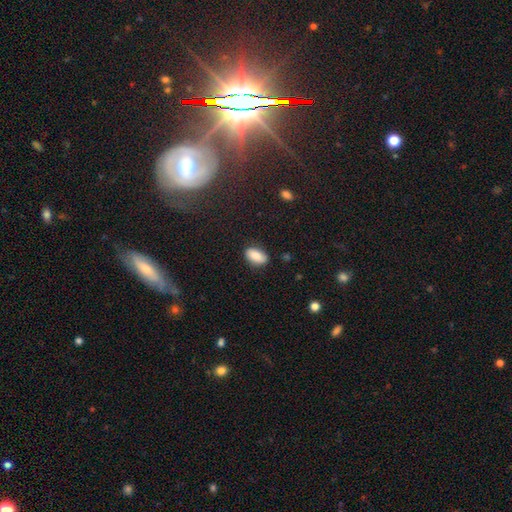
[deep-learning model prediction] Overall: smooth (86%). How rounded: in between (93%). Merging: none (82%).